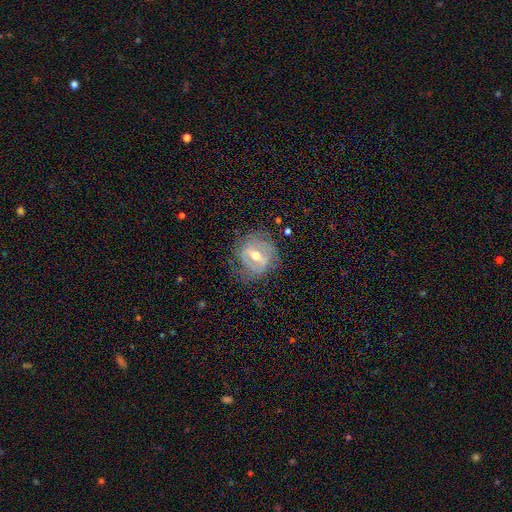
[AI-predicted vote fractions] Smooth or featured? featured or disk (72%)
Edge-on disk? no (92%)
Bar? strong (52%)
Spiral arms? yes (52%)
Bulge size? moderate (74%)
Merging? none (67%)